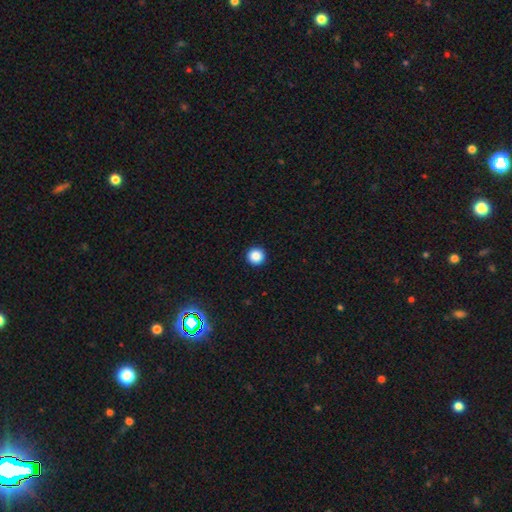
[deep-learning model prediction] Q: Smooth or featured?
A: smooth (87%); runner-up: star or artifact (10%)
Q: How rounded?
A: round (96%); runner-up: in between (3%)
Q: Merging?
A: none (94%); runner-up: minor disturbance (4%)